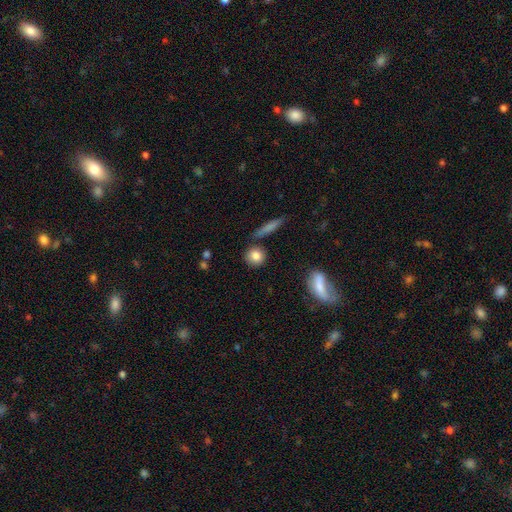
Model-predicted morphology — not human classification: Smooth or featured? smooth (83%)
How rounded? round (82%)
Merging? none (80%)